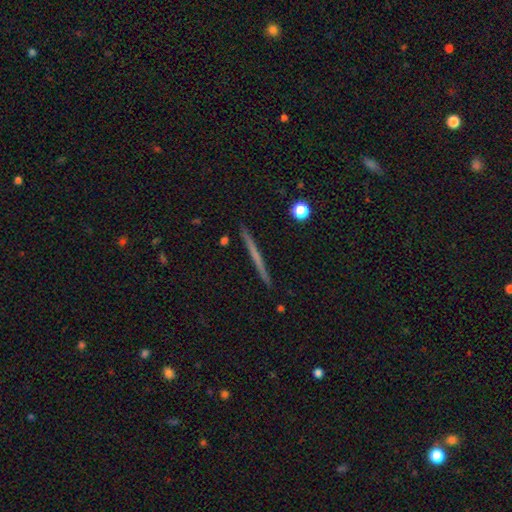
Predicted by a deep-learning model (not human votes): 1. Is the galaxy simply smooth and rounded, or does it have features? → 53% featured or disk, 41% smooth, 7% star or artifact.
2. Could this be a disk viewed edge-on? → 98% yes, 2% no.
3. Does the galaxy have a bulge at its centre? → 89% none, 8% rounded, 3% boxy.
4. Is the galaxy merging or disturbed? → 93% none, 5% minor disturbance, 1% merger, 1% major disturbance.